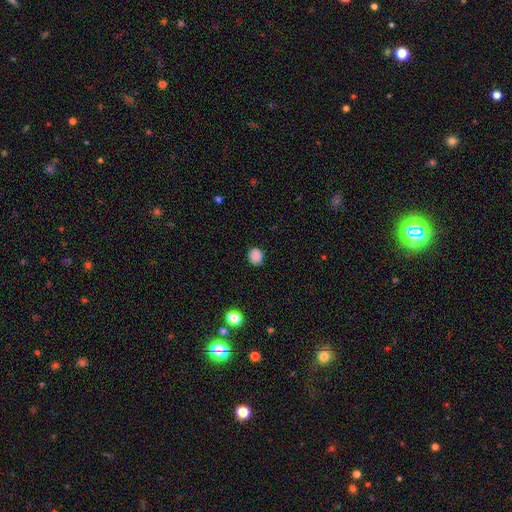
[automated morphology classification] This appears to be a smooth galaxy with no disk features (87%) that is round (68%). Merging: none (88%).